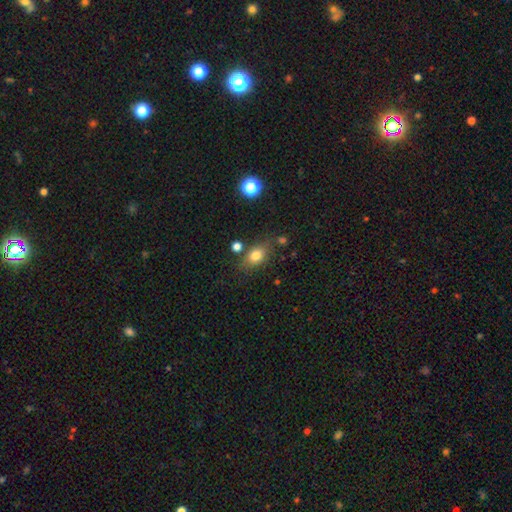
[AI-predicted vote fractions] This appears to be a smooth galaxy with no disk features (78%) that is in between round and cigar-shaped (68%). Merging: none (71%).